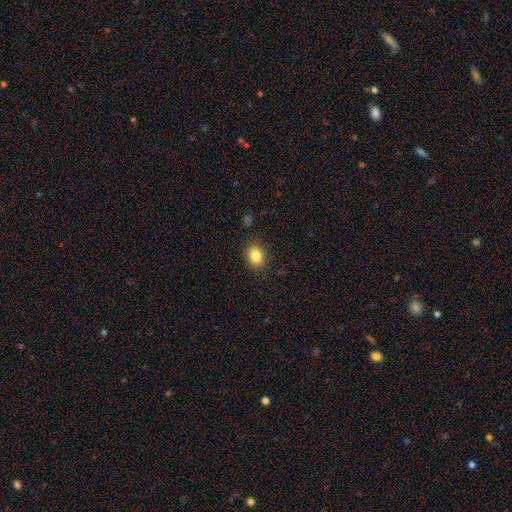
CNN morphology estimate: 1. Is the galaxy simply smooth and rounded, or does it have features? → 85% smooth, 10% star or artifact, 6% featured or disk.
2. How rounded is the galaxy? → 52% in between, 47% round, 1% cigar-shaped.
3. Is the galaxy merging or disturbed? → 88% none, 9% minor disturbance, 3% major disturbance, 1% merger.